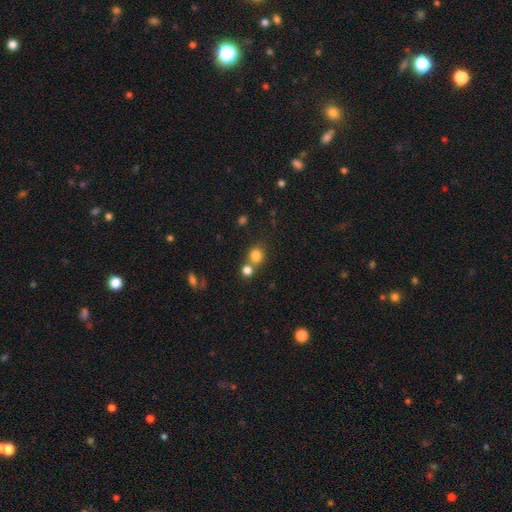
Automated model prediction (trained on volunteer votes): Q: Smooth or featured?
A: smooth (81%); runner-up: star or artifact (13%)
Q: How rounded?
A: round (78%); runner-up: in between (21%)
Q: Merging?
A: none (54%); runner-up: merger (33%)